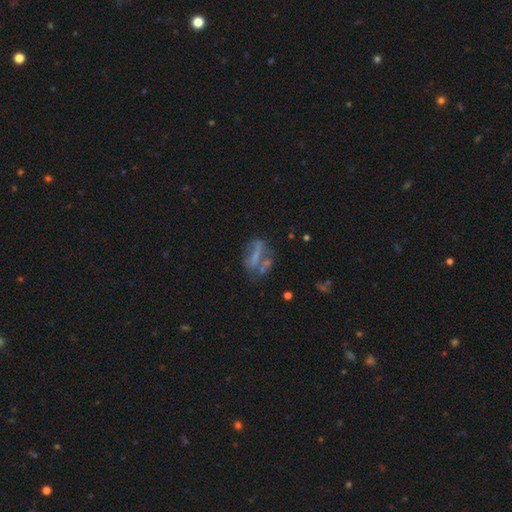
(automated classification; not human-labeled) featured or disk 50%, smooth 36%, star or artifact 14%. Down the decision tree: merging — none (41%).